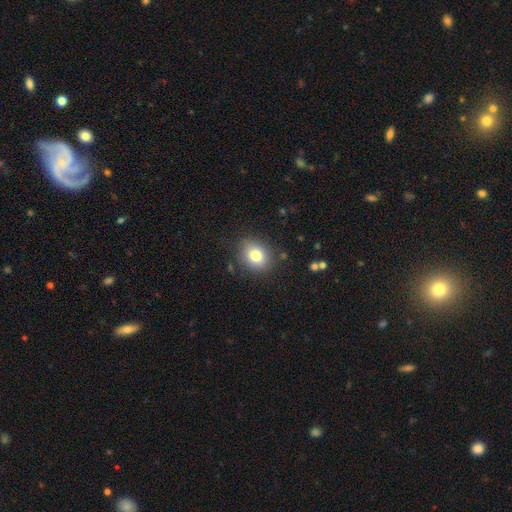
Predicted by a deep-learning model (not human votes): Smooth or featured? Predicted: smooth (p=0.78). How rounded? Predicted: round (p=0.63). Merging? Predicted: none (p=0.84).